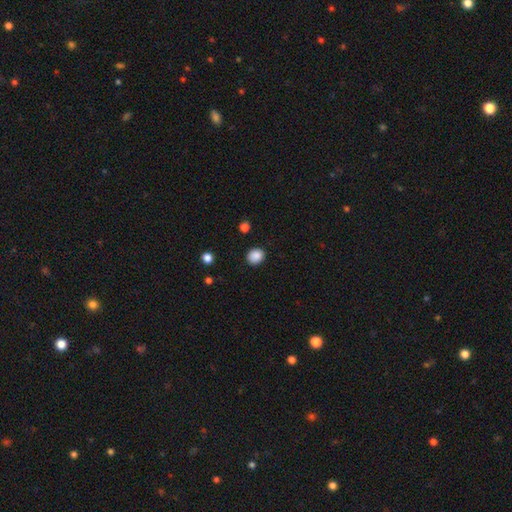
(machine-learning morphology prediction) A smooth galaxy with no disk features (87%) that is round (73%). Merging: none (88%).